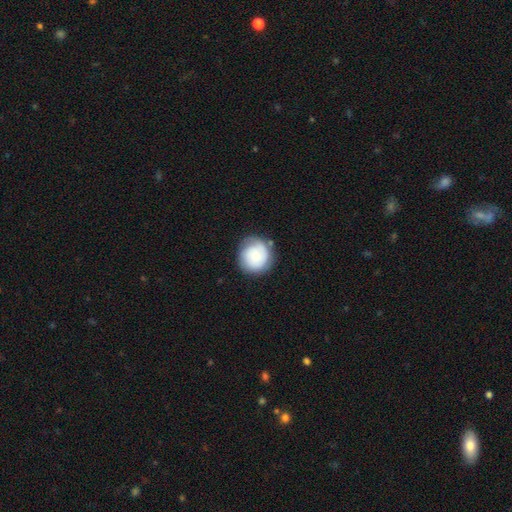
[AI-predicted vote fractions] smooth-or-featured: smooth: 70% | featured or disk: 23% | star or artifact: 7%
  how-rounded: round: 88% | in between: 11% | cigar-shaped: 1%
  merging: none: 70% | minor disturbance: 20% | major disturbance: 7% | merger: 3%